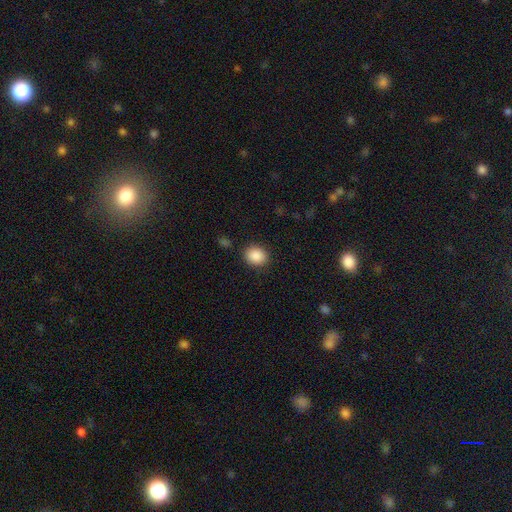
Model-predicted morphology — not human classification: Smooth or featured? Predicted: smooth (p=0.88). How rounded? Predicted: round (p=0.59). Merging? Predicted: none (p=0.86).